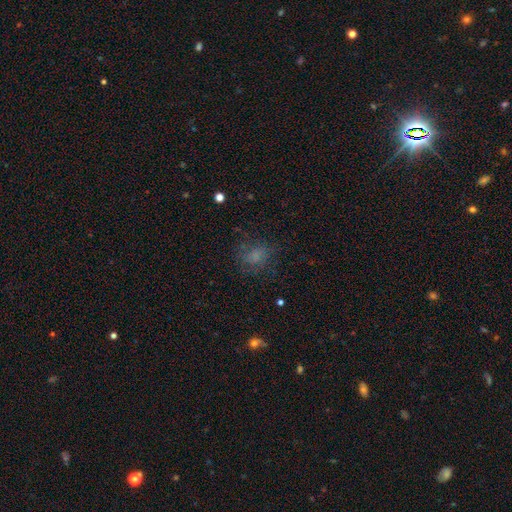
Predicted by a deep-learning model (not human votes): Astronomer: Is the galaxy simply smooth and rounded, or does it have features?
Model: smooth — 62%.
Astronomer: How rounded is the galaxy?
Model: round — 55% (runner-up: in between, 44%).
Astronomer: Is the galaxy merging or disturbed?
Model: none — 62%.